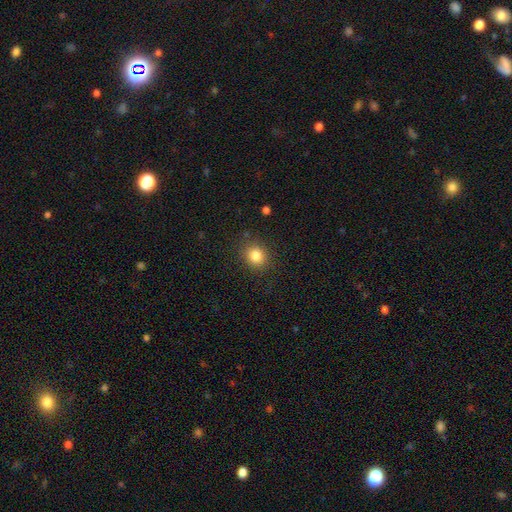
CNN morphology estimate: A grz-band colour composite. It shows a smooth galaxy with no disk features (84%) that is round (78%). Merging: none (86%).